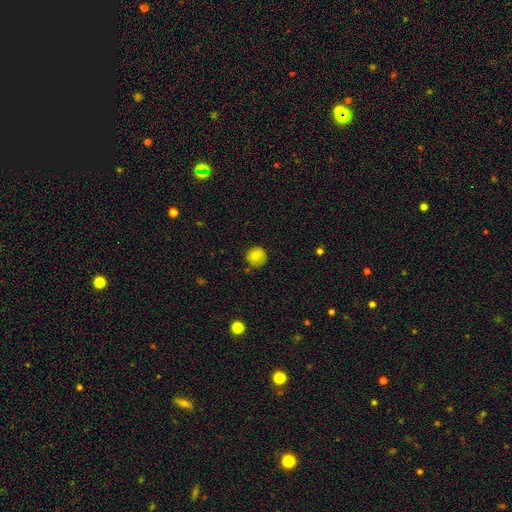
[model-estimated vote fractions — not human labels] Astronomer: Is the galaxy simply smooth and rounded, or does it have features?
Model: smooth — 81%.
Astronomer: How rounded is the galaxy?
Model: round — 92%.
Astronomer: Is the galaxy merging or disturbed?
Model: none — 80%.